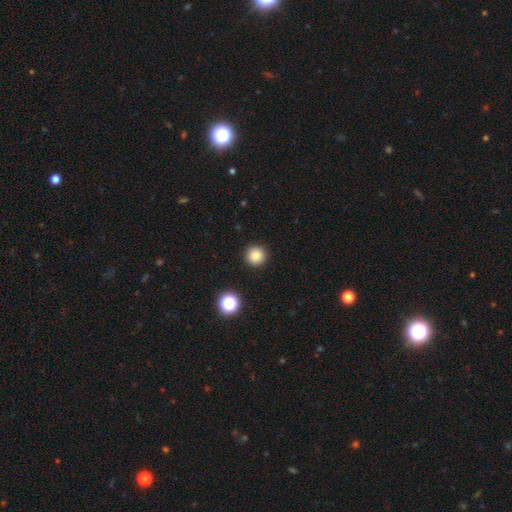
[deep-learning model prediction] The model was most divided on "smooth or featured": smooth: 84%, star or artifact: 12%, featured or disk: 4%. More confident: how rounded — round (96%); merging — none (92%).